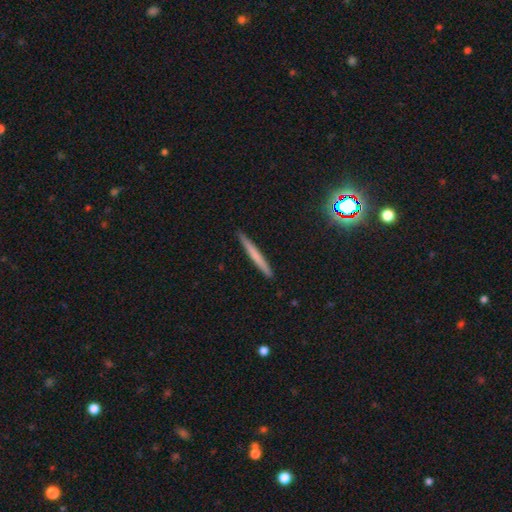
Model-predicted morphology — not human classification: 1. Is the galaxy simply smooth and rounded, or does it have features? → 60% smooth, 32% featured or disk, 8% star or artifact.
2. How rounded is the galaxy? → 97% cigar-shaped, 2% in between, 1% round.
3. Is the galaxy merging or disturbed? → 92% none, 6% minor disturbance, 1% major disturbance, 1% merger.